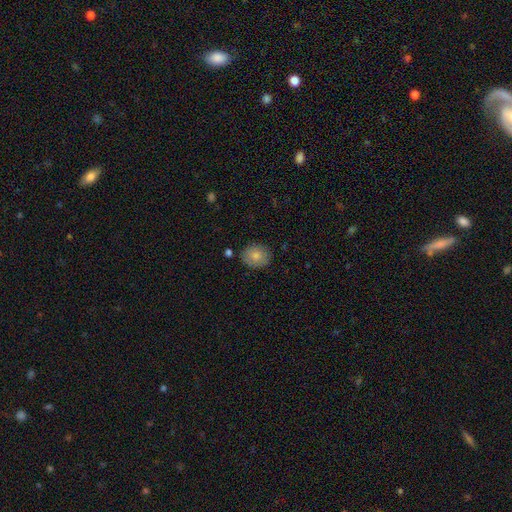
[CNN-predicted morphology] A smooth galaxy with no disk features (80%) that is round (72%).

Vote fractions:
- Smooth or featured? smooth: 80% / featured or disk: 12% / star or artifact: 8%
- How rounded? round: 72% / in between: 27% / cigar-shaped: 1%
- Merging? none: 84% / minor disturbance: 11% / merger: 3% / major disturbance: 2%